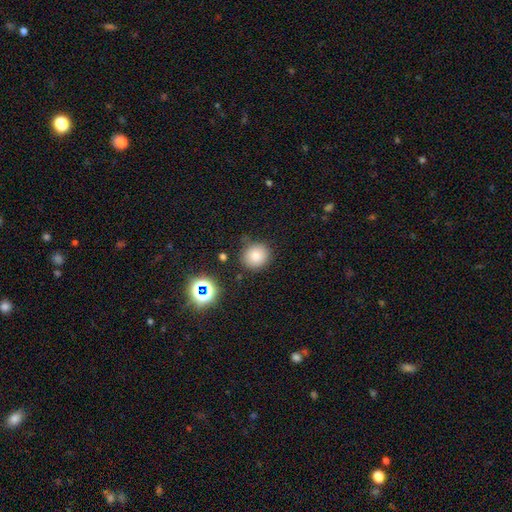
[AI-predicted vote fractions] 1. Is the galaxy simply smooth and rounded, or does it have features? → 78% smooth, 14% star or artifact, 8% featured or disk.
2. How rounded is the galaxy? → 88% round, 11% in between, 1% cigar-shaped.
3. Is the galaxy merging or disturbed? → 82% none, 12% minor disturbance, 3% major disturbance, 3% merger.